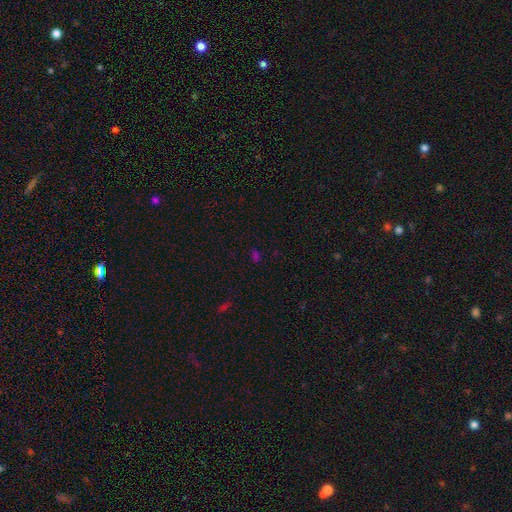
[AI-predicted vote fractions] smooth-or-featured: smooth: 49% | star or artifact: 45% | featured or disk: 6%
  merging: none: 76% | minor disturbance: 13% | major disturbance: 5% | merger: 5%